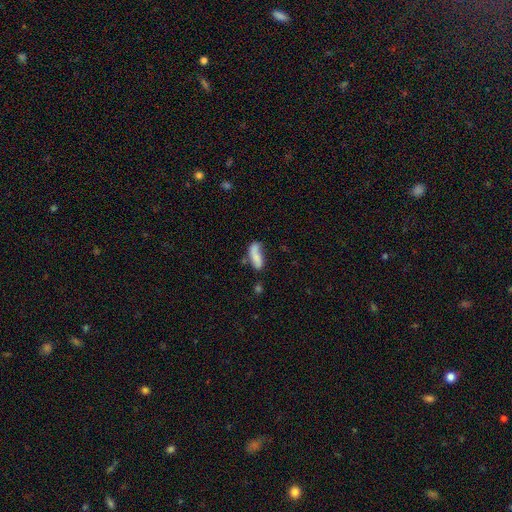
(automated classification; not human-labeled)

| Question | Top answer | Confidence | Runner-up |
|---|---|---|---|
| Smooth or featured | smooth | 69% | featured or disk (23%) |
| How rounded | in between | 65% | cigar-shaped (32%) |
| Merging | none | 47% | minor disturbance (27%) |